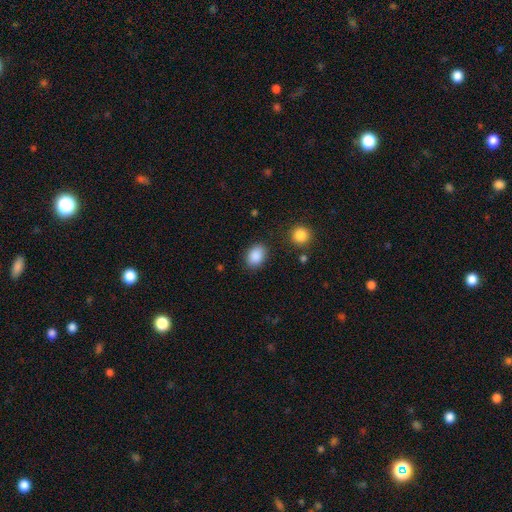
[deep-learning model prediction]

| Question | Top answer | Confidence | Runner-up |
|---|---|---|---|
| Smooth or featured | smooth | 88% | star or artifact (8%) |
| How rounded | in between | 72% | round (27%) |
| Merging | none | 84% | minor disturbance (11%) |